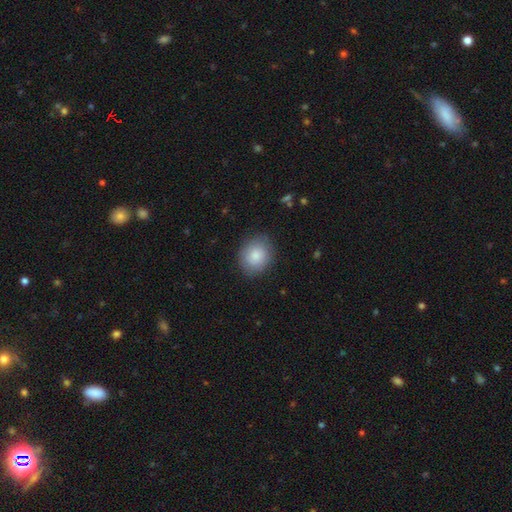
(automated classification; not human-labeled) This is clearly a smooth galaxy (84%). How rounded: likely round (64%). Merging: clearly none (83%).